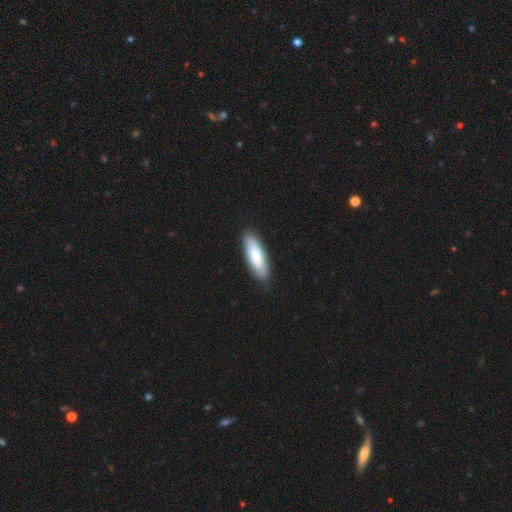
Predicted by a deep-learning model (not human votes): Smooth or featured: smooth — 83% (featured or disk — 12%)
How rounded: in between — 57% (cigar-shaped — 42%)
Merging: none — 88% (minor disturbance — 10%)